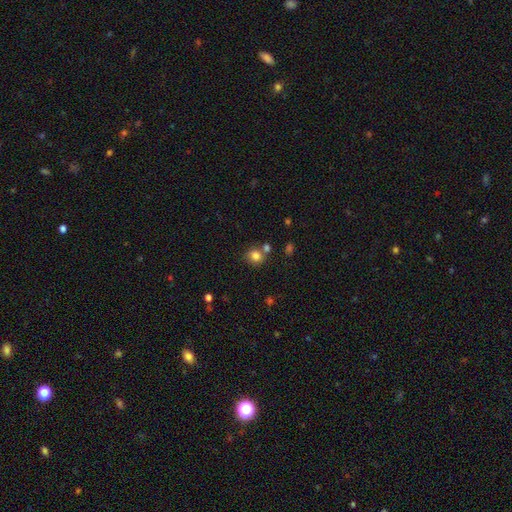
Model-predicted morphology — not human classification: Q: Smooth or featured?
A: smooth (81%); runner-up: star or artifact (12%)
Q: How rounded?
A: round (77%); runner-up: in between (22%)
Q: Merging?
A: none (67%); runner-up: merger (17%)